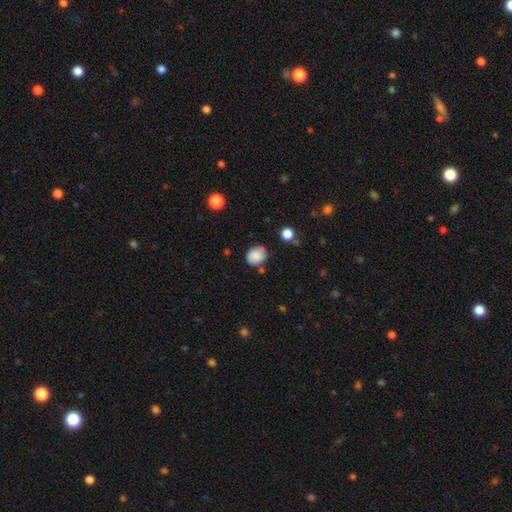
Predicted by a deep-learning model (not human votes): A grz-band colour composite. It shows a smooth galaxy with no disk features (83%) that is round (62%). Merging: none (69%).